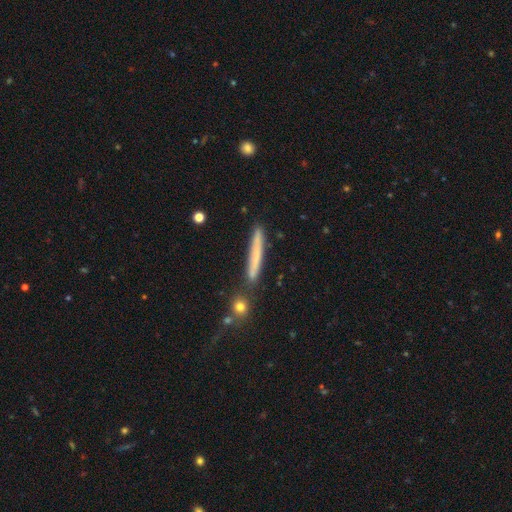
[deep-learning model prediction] Smooth or featured? smooth (65%)
How rounded? cigar-shaped (96%)
Merging? none (85%)